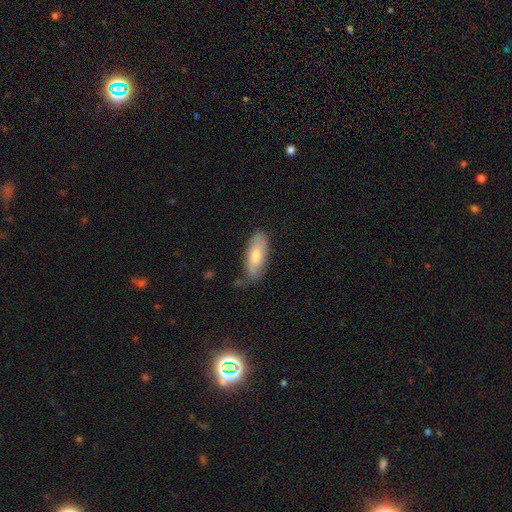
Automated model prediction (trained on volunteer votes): Smooth or featured? Predicted: smooth (p=0.69). How rounded? Predicted: in between (p=0.73). Merging? Predicted: none (p=0.78).